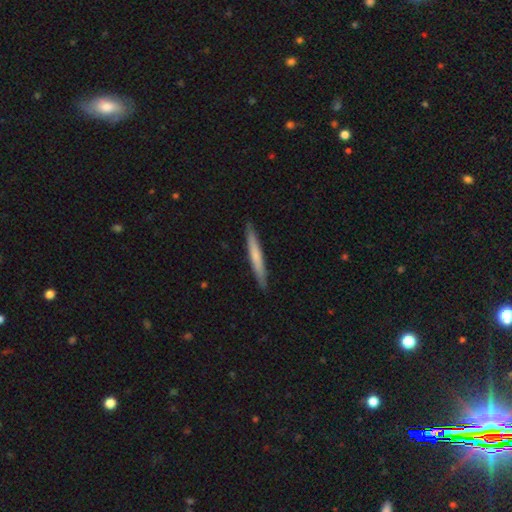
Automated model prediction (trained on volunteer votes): Smooth or featured?
  - smooth: 60% *
  - featured or disk: 35%
  - star or artifact: 5%
How rounded?
  - cigar-shaped: 97% *
  - in between: 2%
  - round: 1%
Merging?
  - none: 91% *
  - minor disturbance: 7%
  - major disturbance: 1%
  - merger: 1%